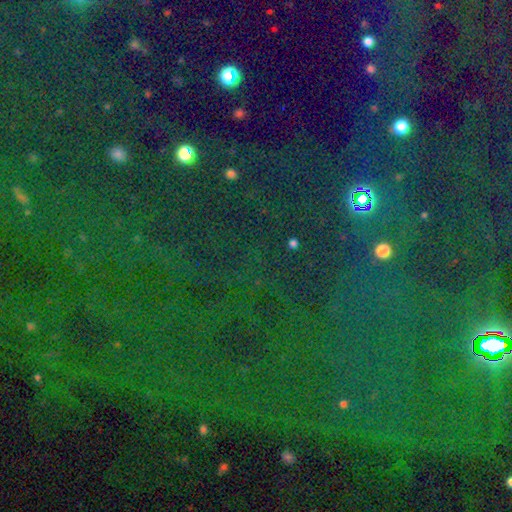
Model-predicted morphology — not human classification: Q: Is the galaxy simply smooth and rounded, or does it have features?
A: star or artifact — 81%.